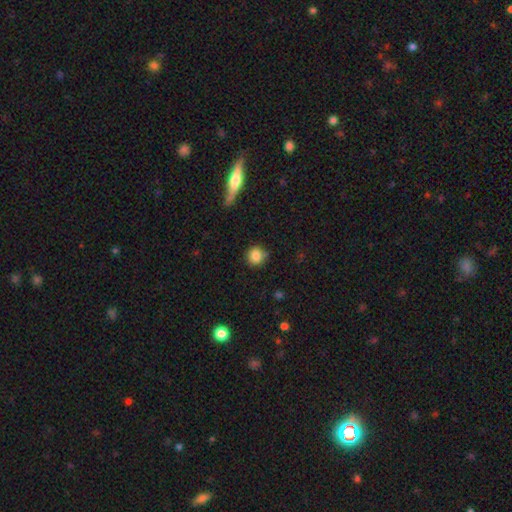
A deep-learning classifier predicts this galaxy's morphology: Q: Smooth or featured?
A: smooth (84%); runner-up: star or artifact (10%)
Q: How rounded?
A: round (90%); runner-up: in between (9%)
Q: Merging?
A: none (81%); runner-up: minor disturbance (14%)